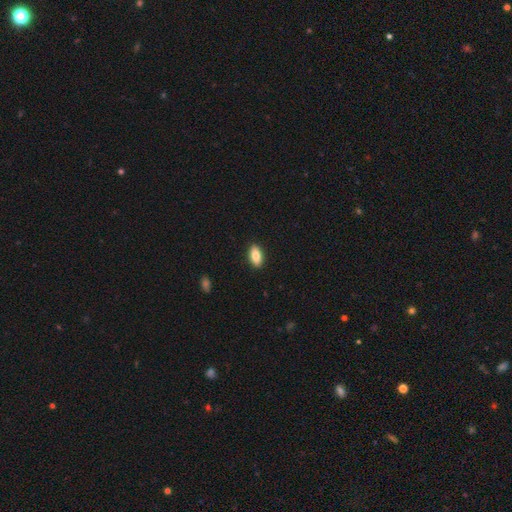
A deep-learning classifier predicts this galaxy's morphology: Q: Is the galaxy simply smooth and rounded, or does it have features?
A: smooth — 82%.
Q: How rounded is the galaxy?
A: in between — 90%.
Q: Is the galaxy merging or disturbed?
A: none — 90%.